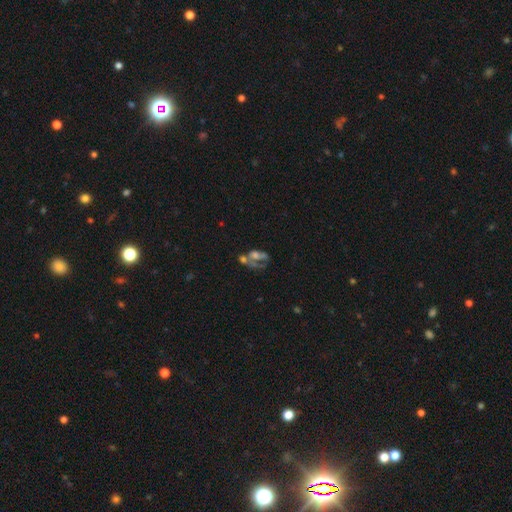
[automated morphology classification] type=featured or disk (47%); merging=merger (40%).